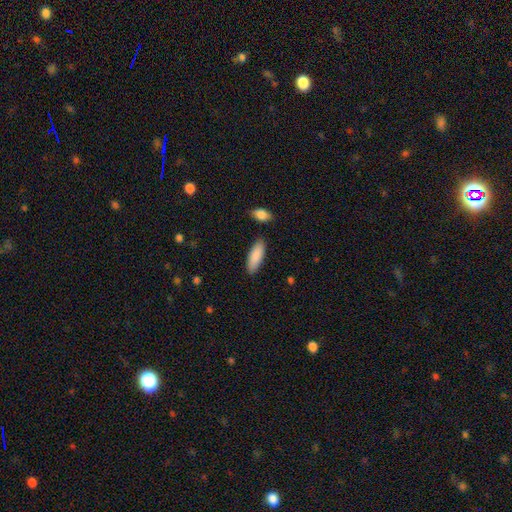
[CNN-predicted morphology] Overall: smooth (88%). How rounded: in between (66%; cigar-shaped 33%). Merging: none (86%).